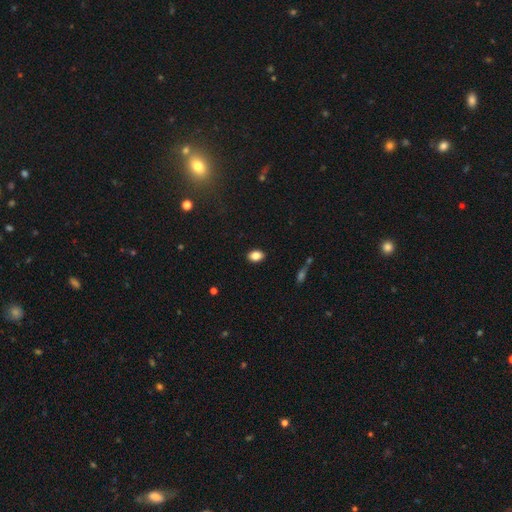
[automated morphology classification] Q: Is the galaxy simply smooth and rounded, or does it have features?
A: smooth — 85%.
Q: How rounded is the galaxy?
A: in between — 79%.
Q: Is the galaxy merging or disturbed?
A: none — 89%.